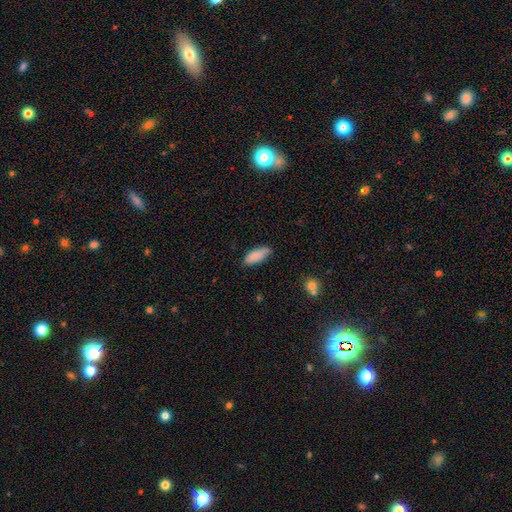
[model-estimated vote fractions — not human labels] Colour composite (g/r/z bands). It shows a smooth galaxy with no disk features (86%) that is in between round and cigar-shaped (79%). Merging: none (68%).